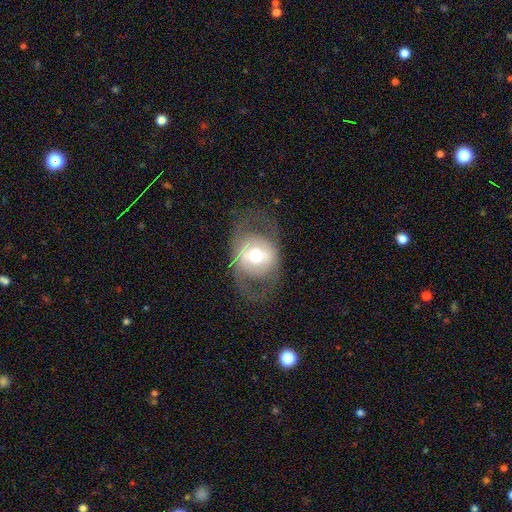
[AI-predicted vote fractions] A featured or disk galaxy (58%) with no bar (47%), no spiral arms (69%) and a moderate central bulge (66%).

Vote fractions:
- Smooth or featured? featured or disk: 58% / smooth: 34% / star or artifact: 8%
- Edge-on disk? no: 92% / yes: 8%
- Bar? no: 47% / weak: 29% / strong: 24%
- Spiral arms? no: 69% / yes: 31%
- Bulge size? moderate: 66% / large: 20% / small: 10% / dominant: 3% / none: 1%
- Merging? none: 64% / major disturbance: 19% / minor disturbance: 15% / merger: 1%